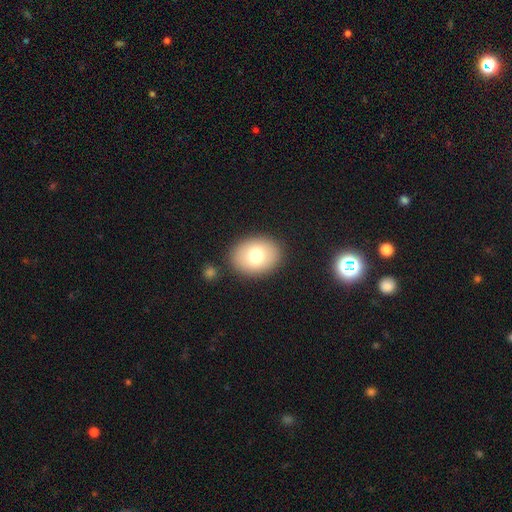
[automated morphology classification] A smooth galaxy with no disk features (74%) that is in between round and cigar-shaped (64%). Merging: none (87%).